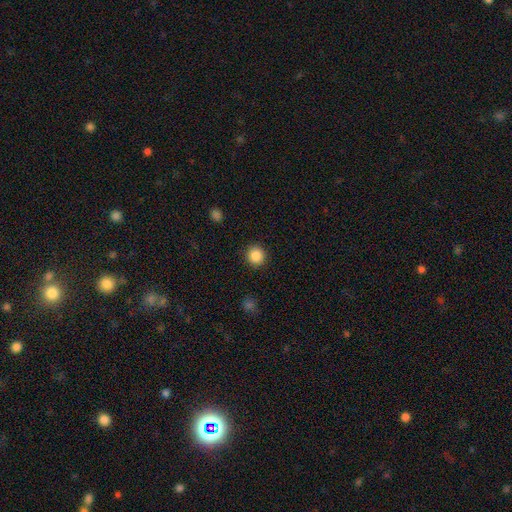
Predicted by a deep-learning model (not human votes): smooth_or_featured: smooth (p=0.87) [alt: star or artifact p=0.10]
how_rounded: round (p=0.94) [alt: in between p=0.05]
merging: none (p=0.92) [alt: minor disturbance p=0.05]